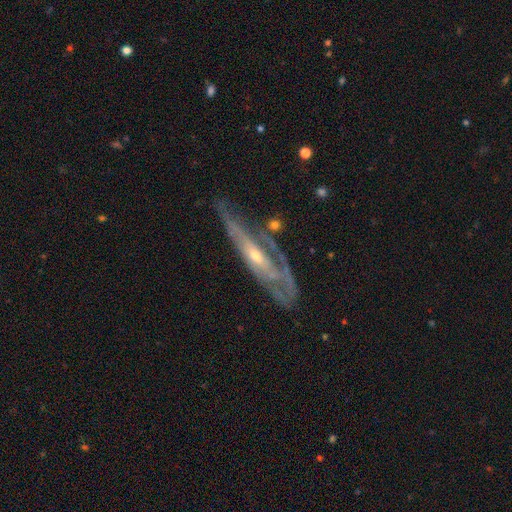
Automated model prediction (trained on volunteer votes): featured or disk 80%, smooth 13%, star or artifact 7%. Down the decision tree: edge-on disk — no (64%); bar — no (61%); spiral arms — yes (76%); bulge size — small (61%); merging — none (48%).